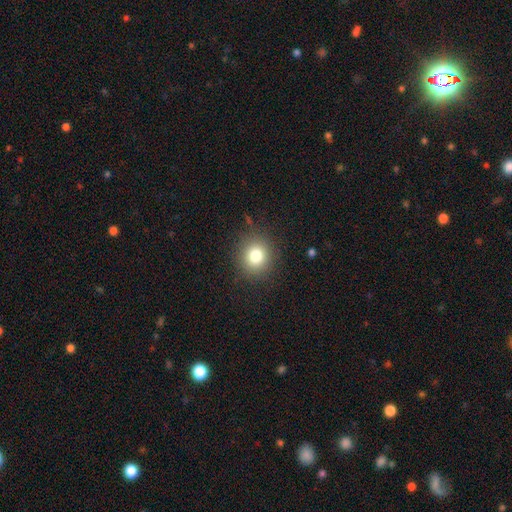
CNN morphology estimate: type=smooth (79%); roundness=round (86%); merging=none (88%).